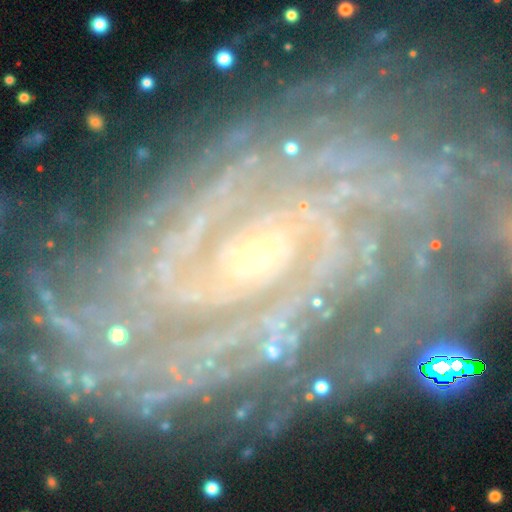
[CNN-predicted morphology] Overall: featured or disk (90%). Edge-on disk: no (97%). Bar: no (58%; weak 27%). Spiral arms: yes (98%). Spiral arm count: 2 (22%; can't tell 20%). Spiral winding: tight (72%). Bulge size: small (79%). Merging: none (67%).